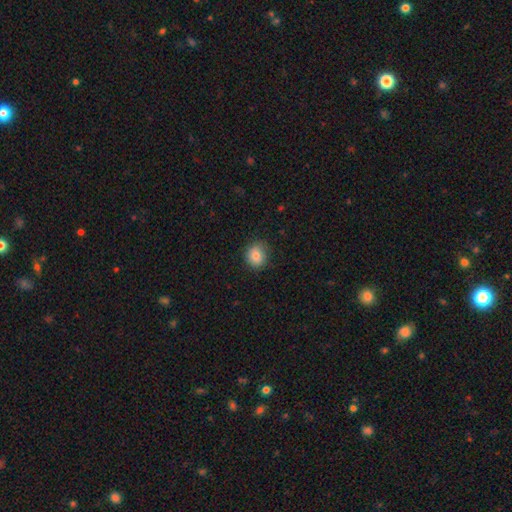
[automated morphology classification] A smooth galaxy with no disk features (81%) that is round (80%).

Vote fractions:
- Smooth or featured? smooth: 81% / star or artifact: 10% / featured or disk: 9%
- How rounded? round: 80% / in between: 19% / cigar-shaped: 1%
- Merging? none: 83% / minor disturbance: 13% / major disturbance: 3% / merger: 1%